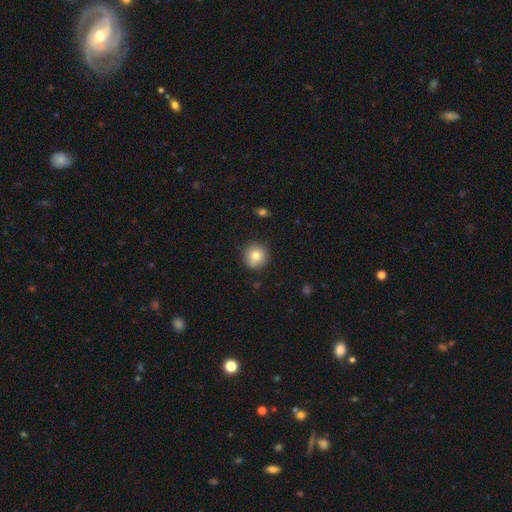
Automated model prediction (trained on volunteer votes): A smooth galaxy with no disk features (78%) that is round (95%). Merging: none (88%).